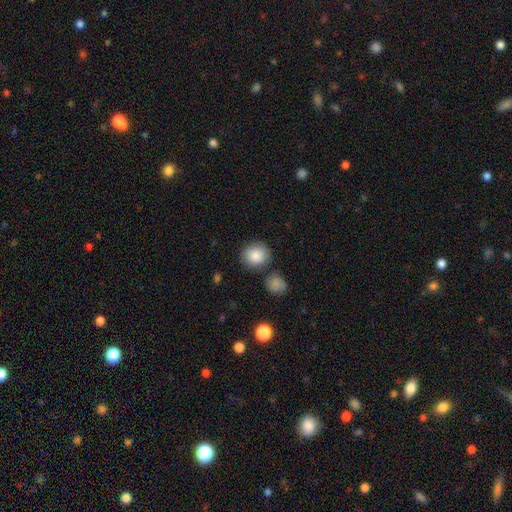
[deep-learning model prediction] Morphology: type=smooth (86%); roundness=round (82%); merging=none (78%).